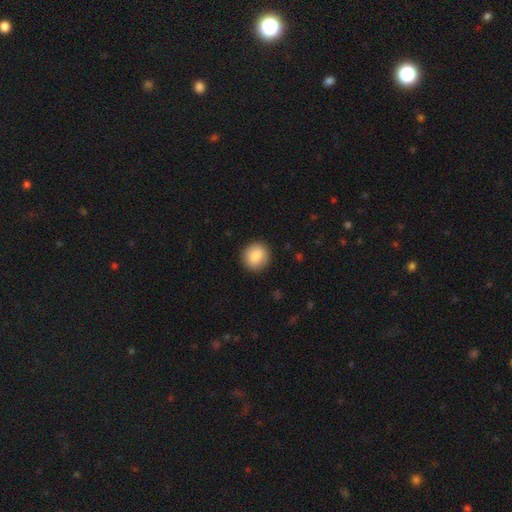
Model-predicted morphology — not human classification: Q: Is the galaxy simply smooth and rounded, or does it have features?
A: smooth — 86%.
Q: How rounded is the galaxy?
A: round — 90%.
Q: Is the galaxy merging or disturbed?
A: none — 91%.